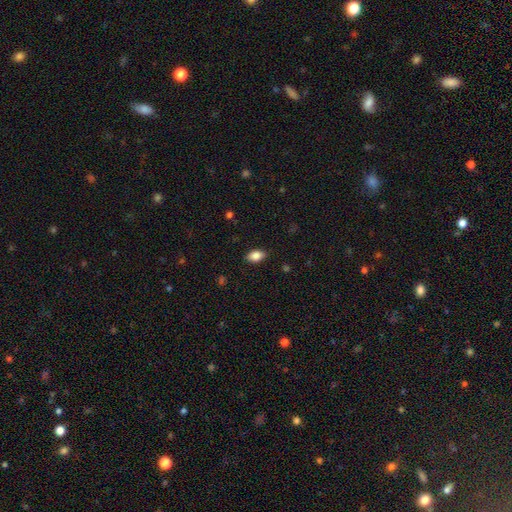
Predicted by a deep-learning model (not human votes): Morphology: type=smooth (87%); roundness=in between (91%); merging=none (87%).